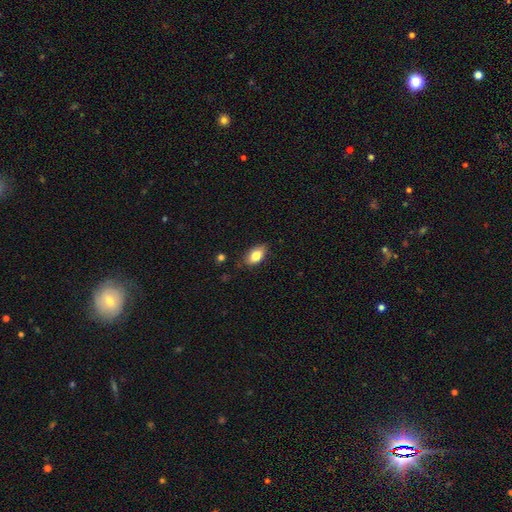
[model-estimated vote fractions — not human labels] Q: Smooth or featured?
A: smooth (81%); runner-up: featured or disk (11%)
Q: How rounded?
A: in between (90%); runner-up: round (6%)
Q: Merging?
A: none (81%); runner-up: minor disturbance (15%)